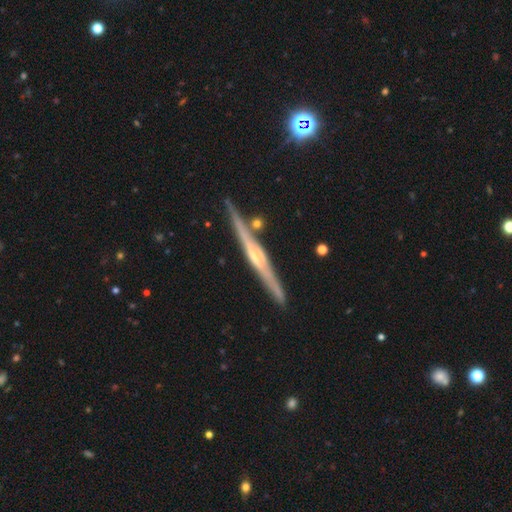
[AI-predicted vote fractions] Smooth or featured? Predicted: featured or disk (p=0.84). Edge-on disk? Predicted: yes (p=0.98). Edge-on bulge? Predicted: rounded (p=0.74). Merging? Predicted: none (p=0.85).